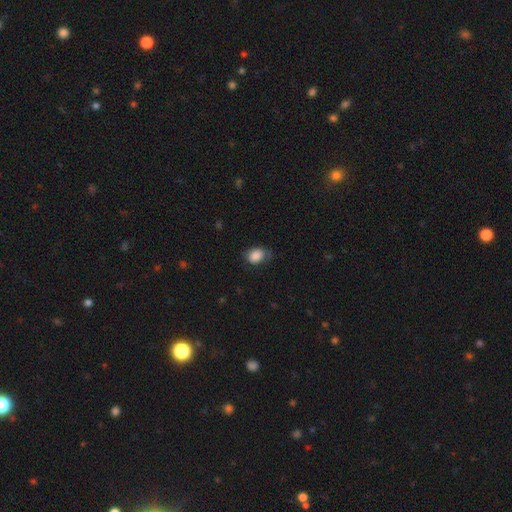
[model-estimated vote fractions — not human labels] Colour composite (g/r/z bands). It shows a smooth galaxy with no disk features (85%) that is in between round and cigar-shaped (71%). Merging: none (62%).